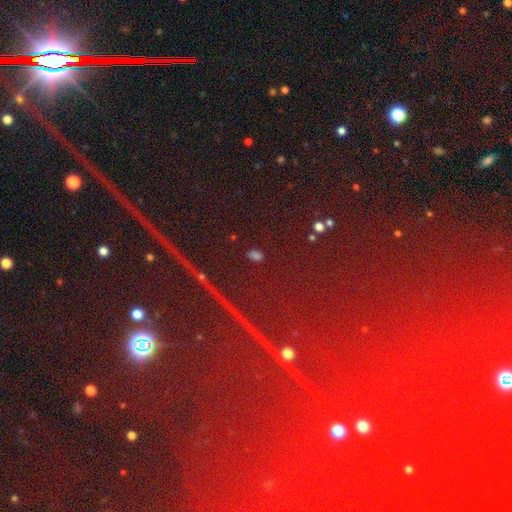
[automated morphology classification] Smooth or featured: star or artifact — 81% (smooth — 9%)